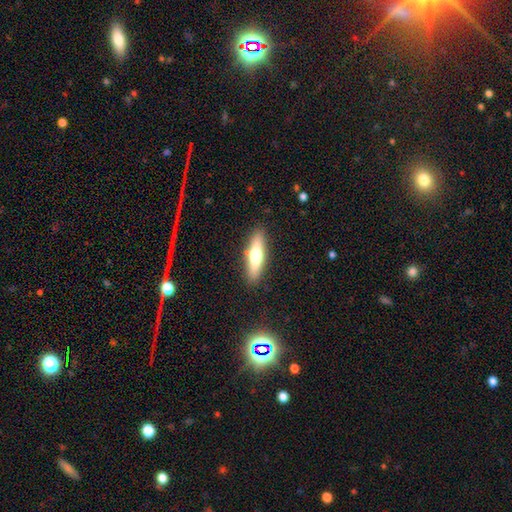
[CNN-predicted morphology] smooth_or_featured: smooth (p=0.57) [alt: featured or disk p=0.36]
how_rounded: cigar-shaped (p=0.66) [alt: in between p=0.32]
merging: none (p=0.86) [alt: minor disturbance p=0.09]